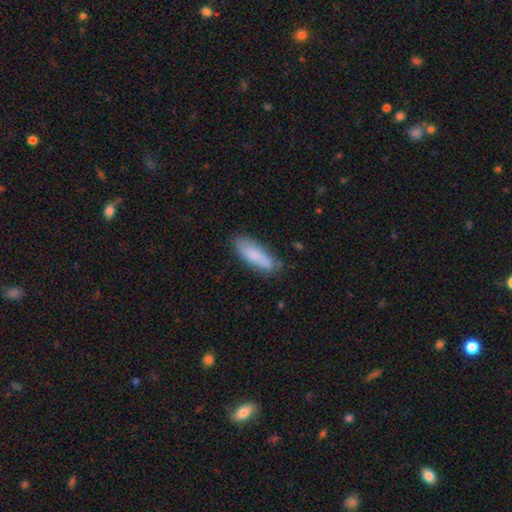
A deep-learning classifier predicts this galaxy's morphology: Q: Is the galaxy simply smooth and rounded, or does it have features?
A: smooth — 79%.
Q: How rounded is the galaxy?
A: in between — 52%.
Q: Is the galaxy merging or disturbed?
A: none — 76%.